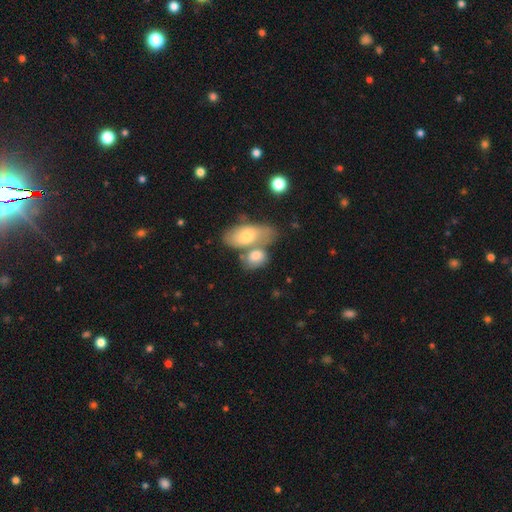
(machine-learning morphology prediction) Overall: smooth (71%). How rounded: in between (82%). Merging: merger (53%; none 30%).